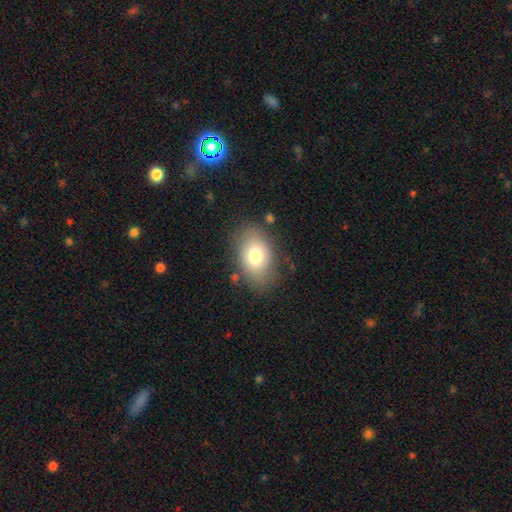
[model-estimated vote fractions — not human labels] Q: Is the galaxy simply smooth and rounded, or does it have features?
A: smooth — 74%.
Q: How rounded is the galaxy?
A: in between — 85%.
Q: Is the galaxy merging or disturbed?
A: none — 81%.